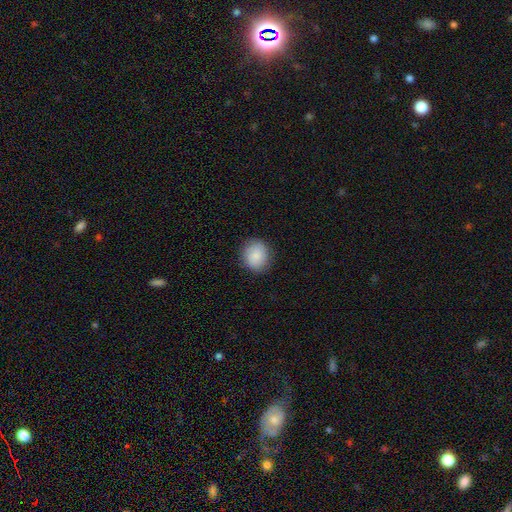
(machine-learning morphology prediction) smooth_or_featured: smooth (p=0.86) [alt: star or artifact p=0.07]
how_rounded: round (p=0.76) [alt: in between p=0.23]
merging: none (p=0.87) [alt: minor disturbance p=0.10]